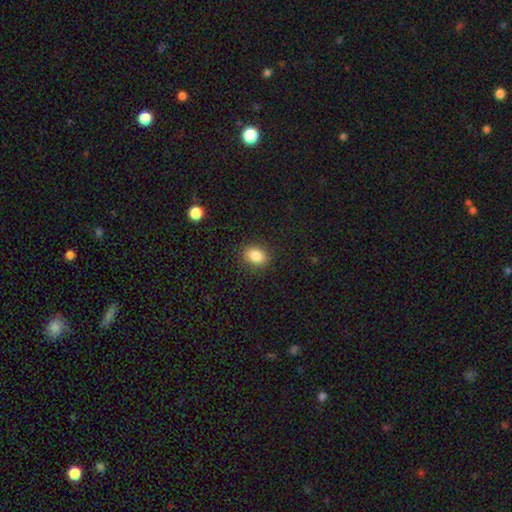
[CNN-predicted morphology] Overall: smooth (85%). How rounded: in between (68%; round 31%). Merging: none (89%).